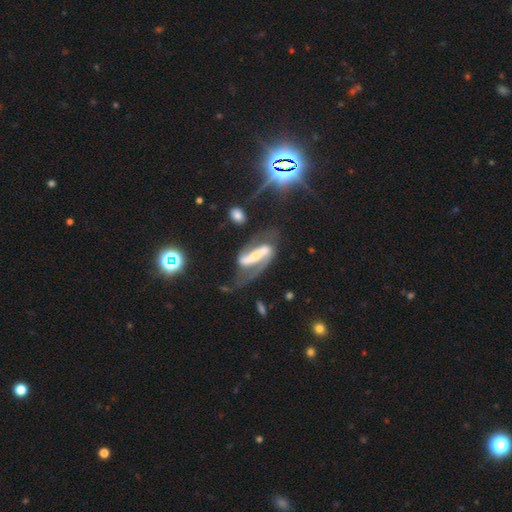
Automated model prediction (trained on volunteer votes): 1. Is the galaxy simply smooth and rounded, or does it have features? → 85% featured or disk, 9% smooth, 6% star or artifact.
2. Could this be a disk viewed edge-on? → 91% no, 9% yes.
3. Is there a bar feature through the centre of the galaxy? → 70% strong, 18% weak, 12% no.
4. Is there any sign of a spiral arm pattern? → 93% yes, 7% no.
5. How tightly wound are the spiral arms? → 44% medium, 39% loose, 17% tight.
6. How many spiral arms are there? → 88% 2, 6% 1, 4% can't tell, 1% 3, 1% 4, 1% more than 4.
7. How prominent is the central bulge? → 43% small, 39% moderate, 10% large, 5% none, 3% dominant.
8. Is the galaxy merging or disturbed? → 49% none, 25% major disturbance, 20% minor disturbance, 6% merger.